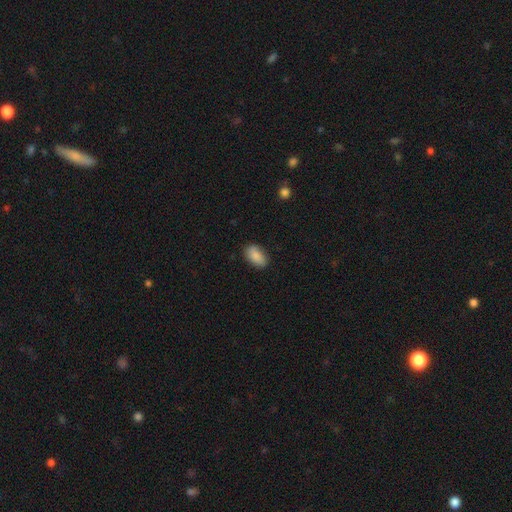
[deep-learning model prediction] Smooth or featured? Predicted: smooth (p=0.85). How rounded? Predicted: in between (p=0.92). Merging? Predicted: none (p=0.82).